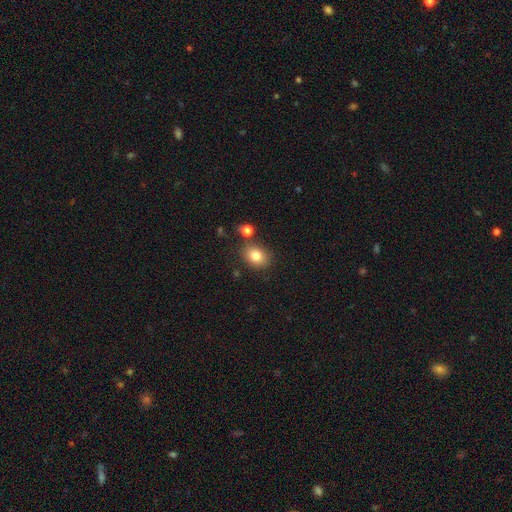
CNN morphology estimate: Q: Smooth or featured?
A: smooth (82%); runner-up: star or artifact (10%)
Q: How rounded?
A: in between (56%); runner-up: round (43%)
Q: Merging?
A: none (77%); runner-up: minor disturbance (12%)